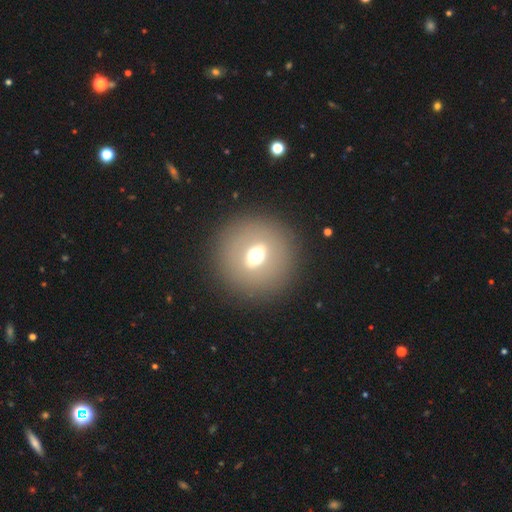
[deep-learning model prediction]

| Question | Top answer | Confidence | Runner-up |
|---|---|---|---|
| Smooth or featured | smooth | 48% | featured or disk (38%) |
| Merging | none | 88% | minor disturbance (7%) |